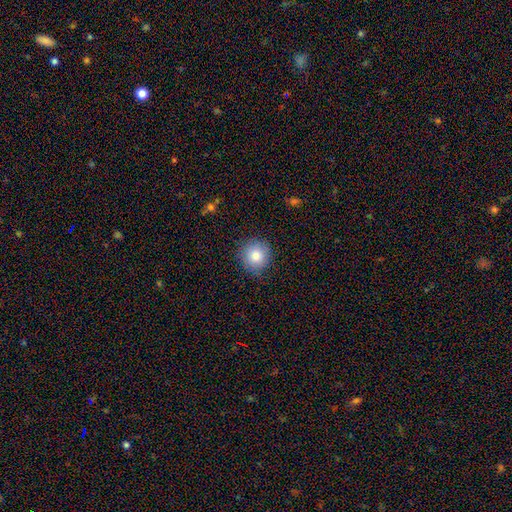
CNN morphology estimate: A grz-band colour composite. It shows a smooth galaxy with no disk features (82%) that is round (93%). Merging: none (86%).